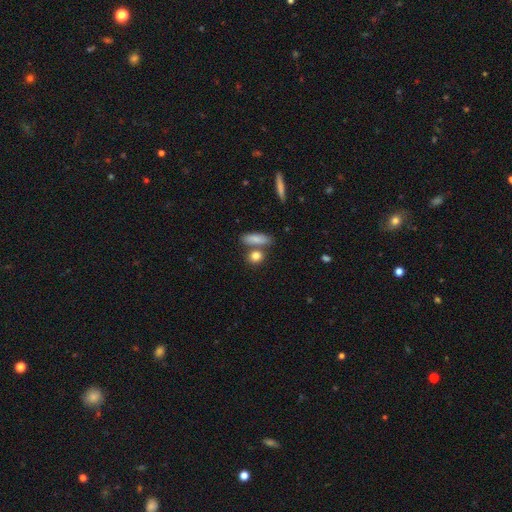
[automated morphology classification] A smooth galaxy with no disk features (82%) that is round (53%).

Vote fractions:
- Smooth or featured? smooth: 82% / featured or disk: 9% / star or artifact: 9%
- How rounded? round: 53% / in between: 36% / cigar-shaped: 11%
- Merging? none: 63% / merger: 23% / minor disturbance: 10% / major disturbance: 4%